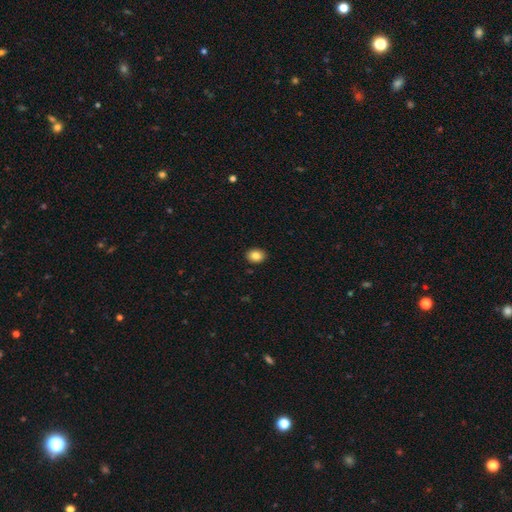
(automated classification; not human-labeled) Morphology: type=smooth (85%); roundness=in between (56%); merging=none (91%).